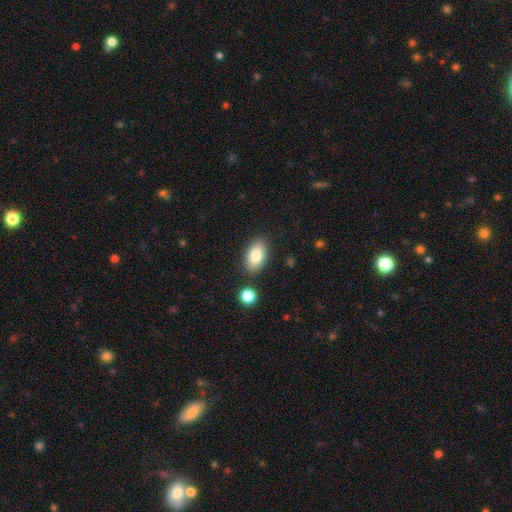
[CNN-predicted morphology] Smooth or featured? smooth (83%)
How rounded? in between (92%)
Merging? none (84%)